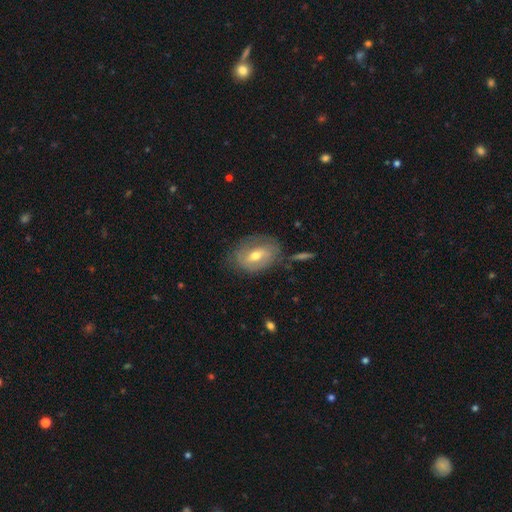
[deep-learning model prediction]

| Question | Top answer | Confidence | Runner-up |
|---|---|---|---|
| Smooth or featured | featured or disk | 55% | smooth (38%) |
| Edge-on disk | no | 92% | yes (8%) |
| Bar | weak | 46% | no (29%) |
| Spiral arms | yes | 56% | no (44%) |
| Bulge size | moderate | 72% | small (21%) |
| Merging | none | 63% | minor disturbance (23%) |